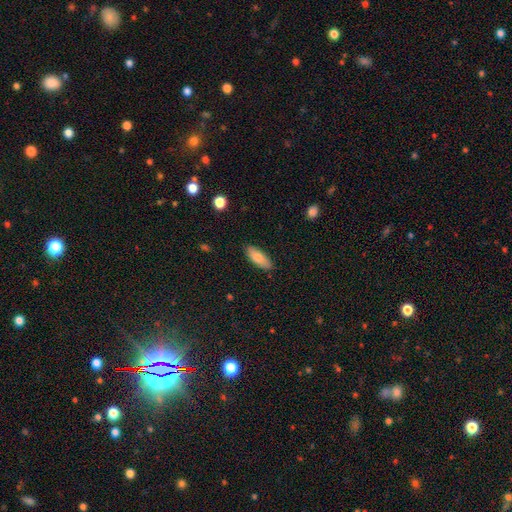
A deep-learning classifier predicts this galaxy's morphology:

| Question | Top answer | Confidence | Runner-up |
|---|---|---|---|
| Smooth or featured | smooth | 77% | featured or disk (15%) |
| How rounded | in between | 70% | cigar-shaped (27%) |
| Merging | none | 88% | minor disturbance (9%) |